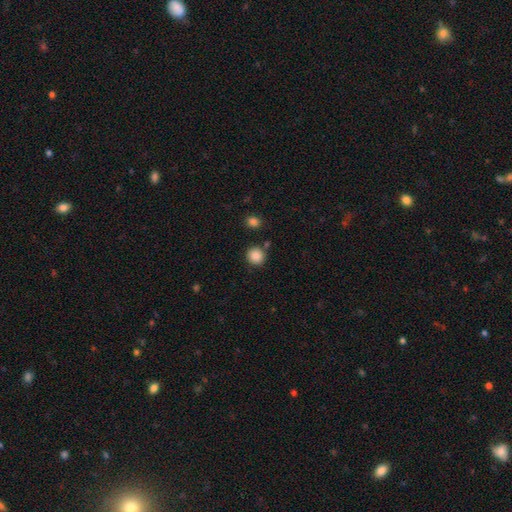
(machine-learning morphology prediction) Q: Smooth or featured?
A: smooth (87%); runner-up: star or artifact (10%)
Q: How rounded?
A: round (91%); runner-up: in between (8%)
Q: Merging?
A: none (84%); runner-up: minor disturbance (8%)